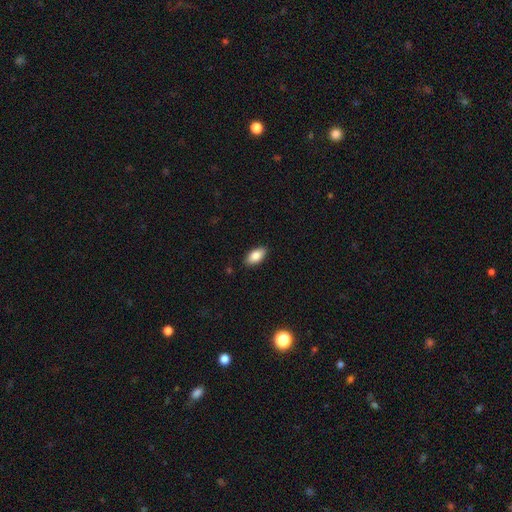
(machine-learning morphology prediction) Smooth or featured? Predicted: smooth (p=0.85). How rounded? Predicted: in between (p=0.93). Merging? Predicted: none (p=0.88).